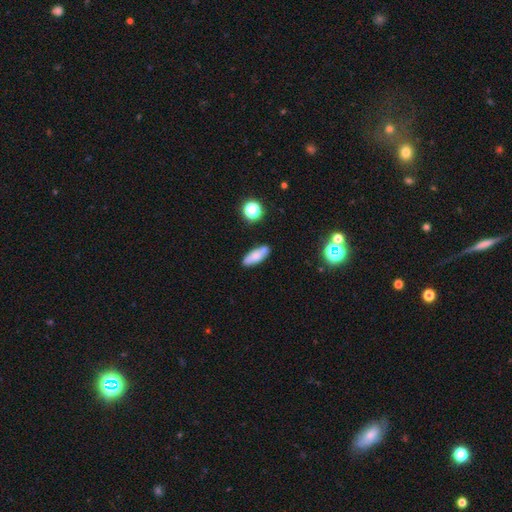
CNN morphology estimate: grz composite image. It shows a smooth galaxy with no disk features (70%) that is in between round and cigar-shaped (65%). Merging: none (76%).